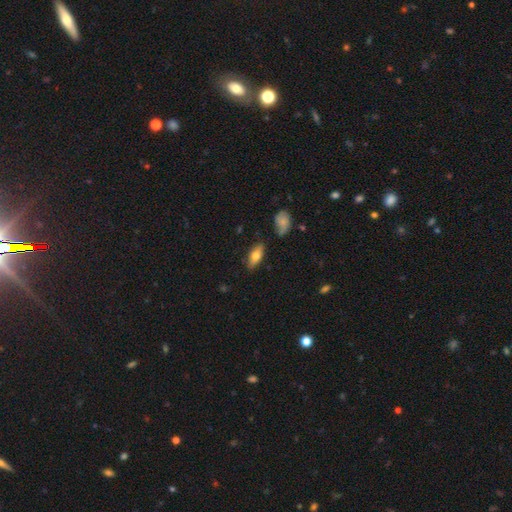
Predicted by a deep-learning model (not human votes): A smooth galaxy with no disk features (64%) that is in between round and cigar-shaped (73%). Merging: none (80%).